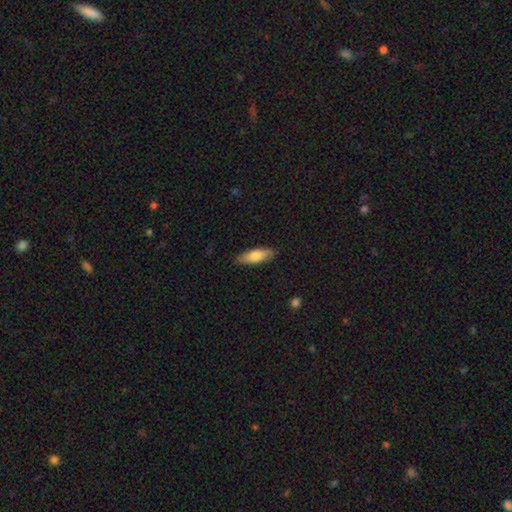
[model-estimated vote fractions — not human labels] Smooth or featured? Predicted: smooth (p=0.77). How rounded? Predicted: in between (p=0.58). Merging? Predicted: none (p=0.88).